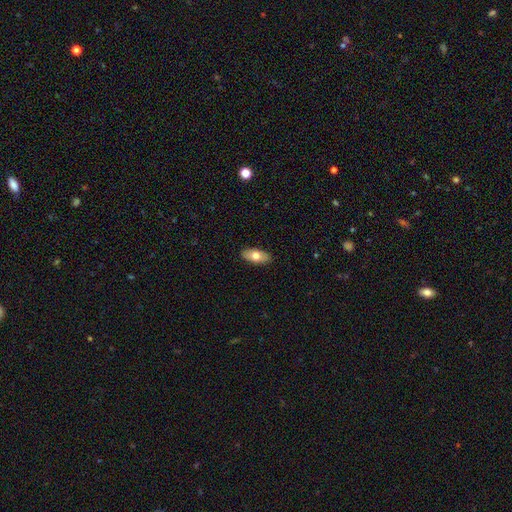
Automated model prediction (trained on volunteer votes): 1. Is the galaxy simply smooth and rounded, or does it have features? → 71% smooth, 23% featured or disk, 6% star or artifact.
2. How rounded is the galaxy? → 89% in between, 8% cigar-shaped, 3% round.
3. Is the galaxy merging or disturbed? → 90% none, 8% minor disturbance, 2% major disturbance, 1% merger.